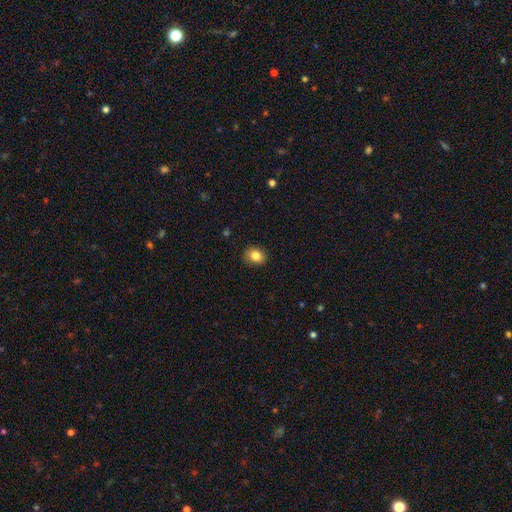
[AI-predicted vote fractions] Smooth or featured? Predicted: smooth (p=0.83). How rounded? Predicted: round (p=0.57). Merging? Predicted: none (p=0.86).